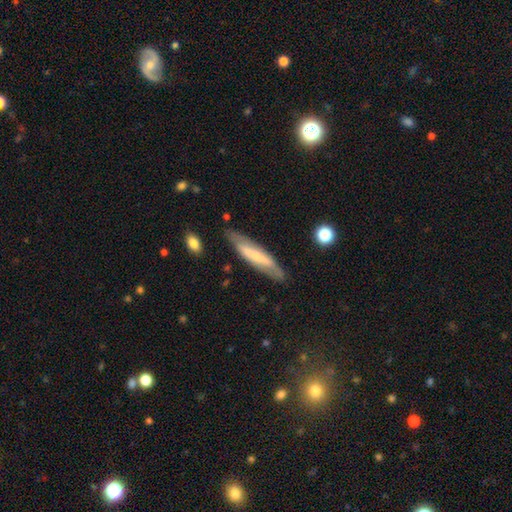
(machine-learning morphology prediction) A featured or disk galaxy (48%).

Vote fractions:
- Smooth or featured? featured or disk: 48% / smooth: 46% / star or artifact: 6%
- Merging? none: 80% / minor disturbance: 14% / major disturbance: 4% / merger: 2%